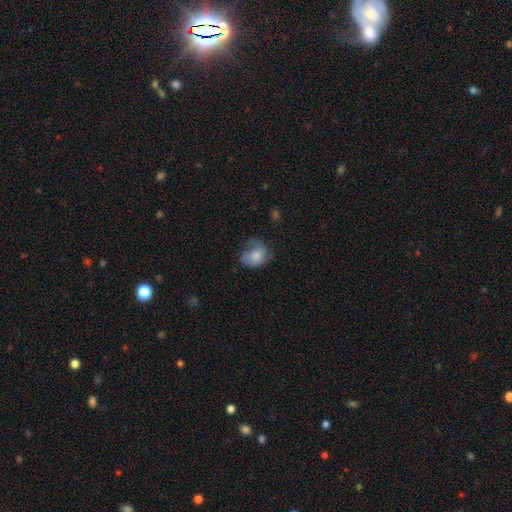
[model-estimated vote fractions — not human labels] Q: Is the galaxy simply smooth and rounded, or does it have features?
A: smooth — 66%.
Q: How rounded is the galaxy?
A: in between — 60%.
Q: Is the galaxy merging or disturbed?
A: major disturbance — 35%.